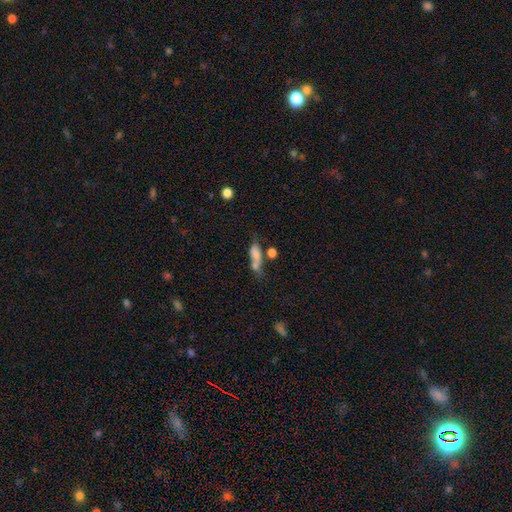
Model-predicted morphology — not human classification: The model was most divided on "merging": merger: 37%, none: 29%, minor disturbance: 19%, major disturbance: 15%. More confident: smooth or featured — smooth (67%); how rounded — in between (60%).